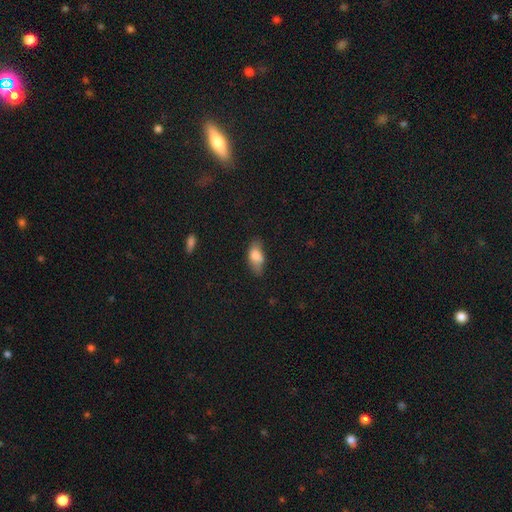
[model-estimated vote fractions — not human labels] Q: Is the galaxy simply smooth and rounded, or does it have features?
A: smooth — 76%.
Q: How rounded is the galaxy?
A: in between — 87%.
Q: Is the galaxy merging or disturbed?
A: none — 57%.